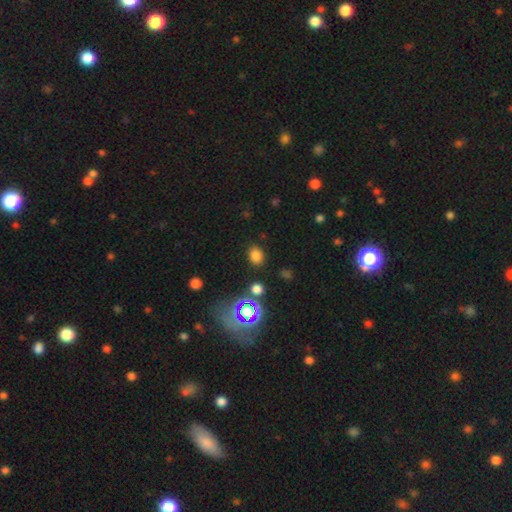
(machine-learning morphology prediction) Q: Smooth or featured?
A: smooth (75%); runner-up: star or artifact (19%)
Q: How rounded?
A: in between (53%); runner-up: round (45%)
Q: Merging?
A: none (84%); runner-up: minor disturbance (9%)